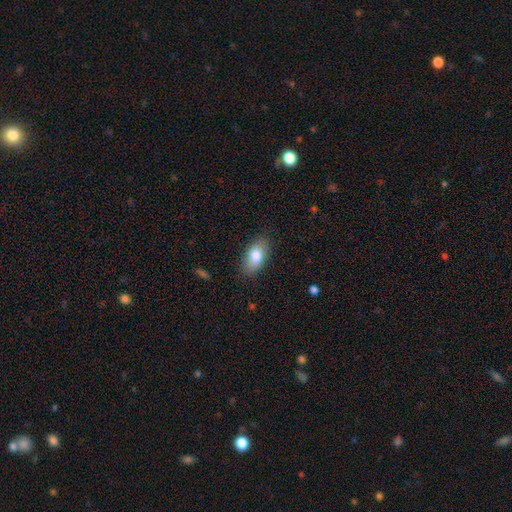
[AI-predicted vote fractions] Smooth or featured? smooth (81%)
How rounded? in between (91%)
Merging? none (84%)